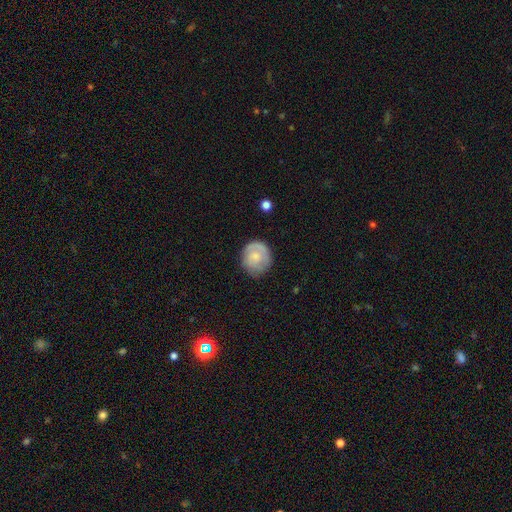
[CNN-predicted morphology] smooth 61%, featured or disk 33%, star or artifact 7%. Down the decision tree: how rounded — round (84%); merging — none (73%).